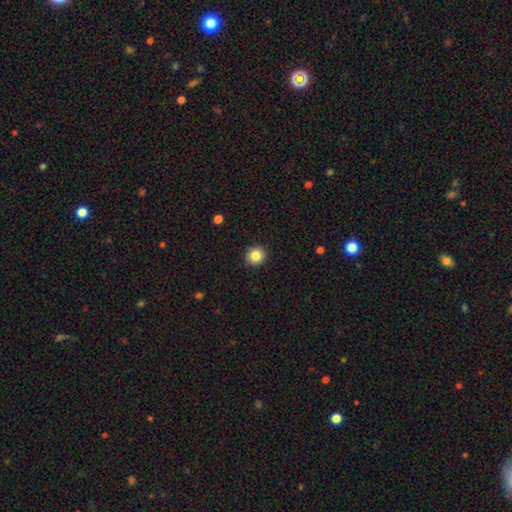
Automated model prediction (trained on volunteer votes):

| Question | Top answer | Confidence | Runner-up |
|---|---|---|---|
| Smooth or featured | smooth | 84% | star or artifact (10%) |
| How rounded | round | 93% | in between (6%) |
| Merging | none | 92% | minor disturbance (5%) |